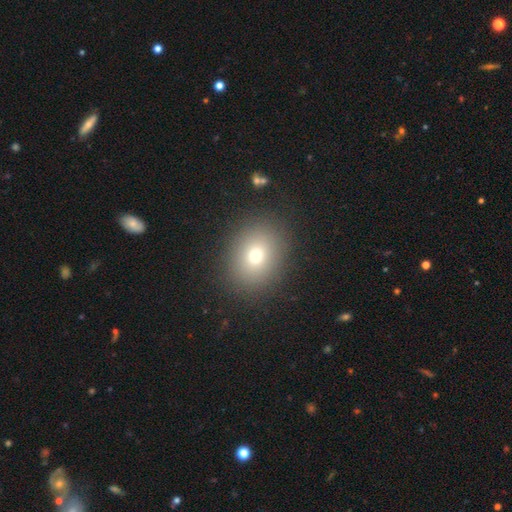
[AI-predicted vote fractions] A smooth galaxy with no disk features (72%) that is round (56%).

Vote fractions:
- Smooth or featured? smooth: 72% / star or artifact: 15% / featured or disk: 13%
- How rounded? round: 56% / in between: 43% / cigar-shaped: 1%
- Merging? none: 87% / minor disturbance: 8% / major disturbance: 4% / merger: 1%